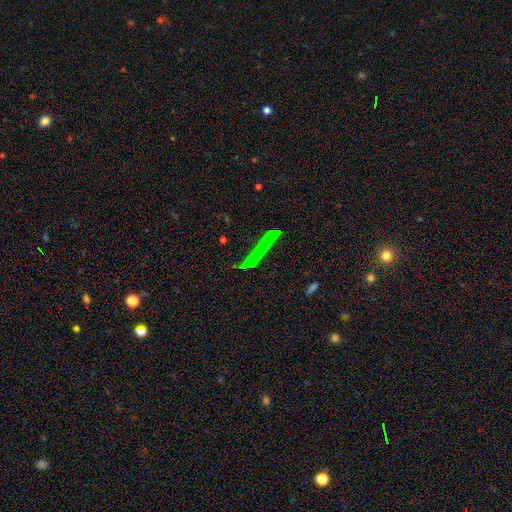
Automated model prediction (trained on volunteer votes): This appears to be a star or artifact, not a galaxy (54%).